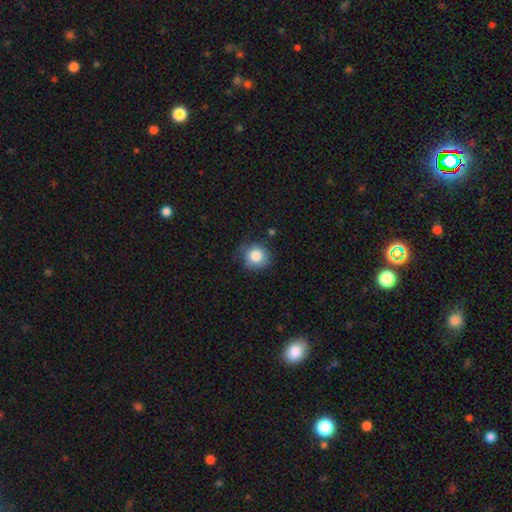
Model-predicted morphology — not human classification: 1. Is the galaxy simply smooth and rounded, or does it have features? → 83% smooth, 9% star or artifact, 8% featured or disk.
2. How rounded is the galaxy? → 87% round, 12% in between, 1% cigar-shaped.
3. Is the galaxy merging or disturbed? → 71% none, 22% minor disturbance, 5% major disturbance, 2% merger.